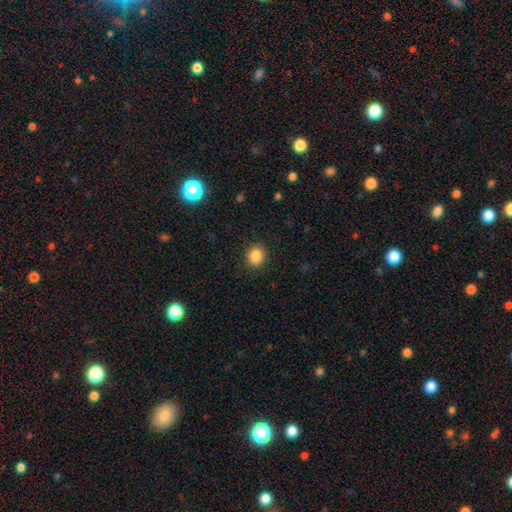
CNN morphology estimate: The model was most divided on "how rounded": round: 69%, in between: 30%, cigar-shaped: 1%. More confident: merging — none (89%); smooth or featured — smooth (87%).